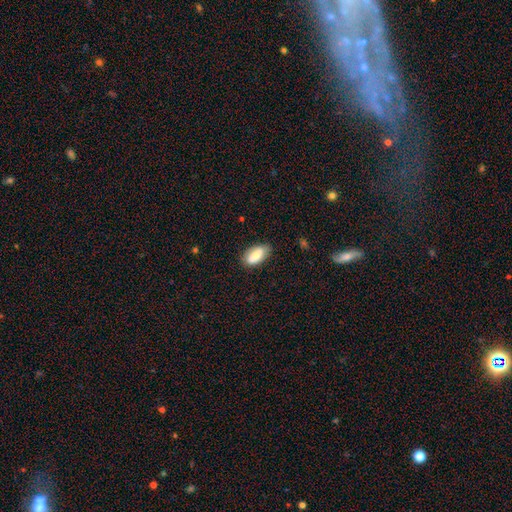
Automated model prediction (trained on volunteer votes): A smooth galaxy with no disk features (78%) that is in between round and cigar-shaped (91%).

Vote fractions:
- Smooth or featured? smooth: 78% / featured or disk: 15% / star or artifact: 7%
- How rounded? in between: 91% / cigar-shaped: 6% / round: 3%
- Merging? none: 75% / minor disturbance: 20% / major disturbance: 3% / merger: 2%